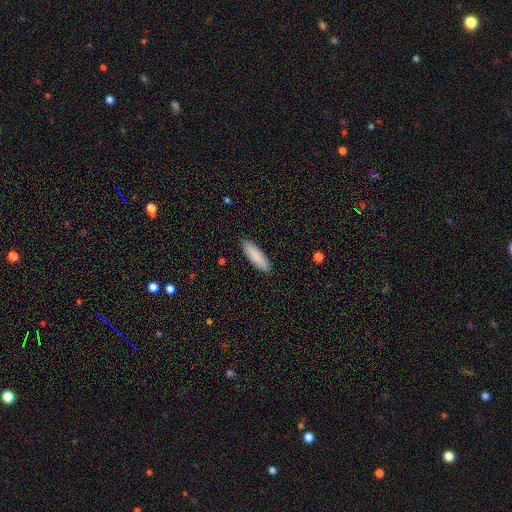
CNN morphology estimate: Overall: smooth (88%). How rounded: cigar-shaped (58%; in between 41%). Merging: none (90%).